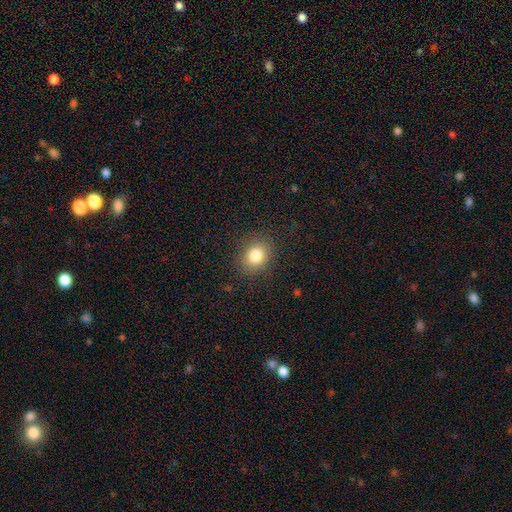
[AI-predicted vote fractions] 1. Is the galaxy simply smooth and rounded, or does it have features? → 82% smooth, 11% star or artifact, 7% featured or disk.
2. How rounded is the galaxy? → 62% round, 37% in between, 1% cigar-shaped.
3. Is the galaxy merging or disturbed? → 86% none, 9% minor disturbance, 4% major disturbance, 1% merger.